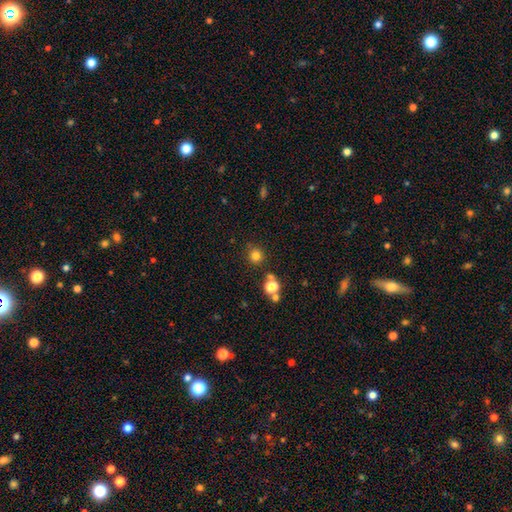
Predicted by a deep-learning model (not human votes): smooth_or_featured: smooth (p=0.79) [alt: star or artifact p=0.16]
how_rounded: round (p=0.92) [alt: in between p=0.07]
merging: none (p=0.82) [alt: minor disturbance p=0.09]